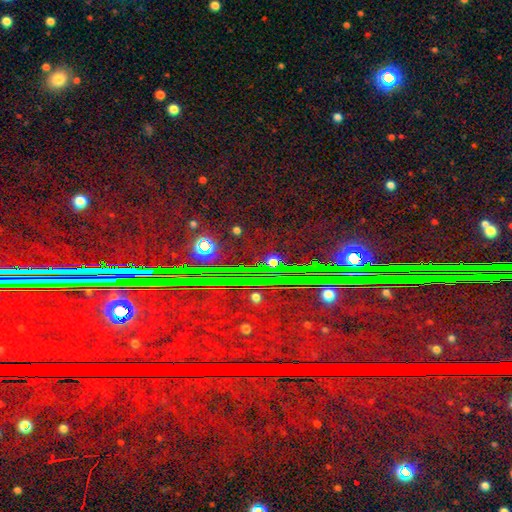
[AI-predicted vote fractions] Smooth or featured?
  - star or artifact: 84% *
  - featured or disk: 8%
  - smooth: 7%